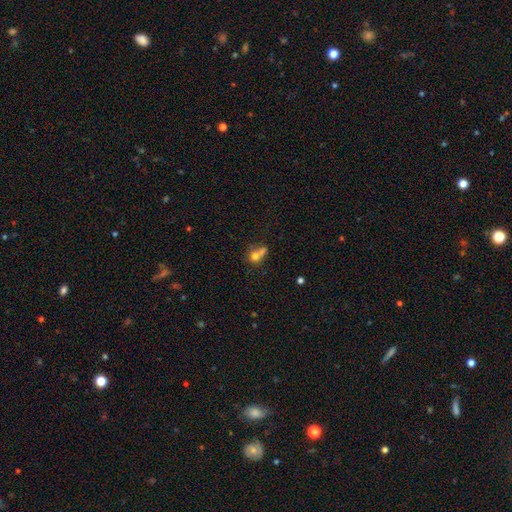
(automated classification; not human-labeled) This is likely a smooth galaxy (70%). How rounded: likely round (70%). Merging: possibly merger (51%).